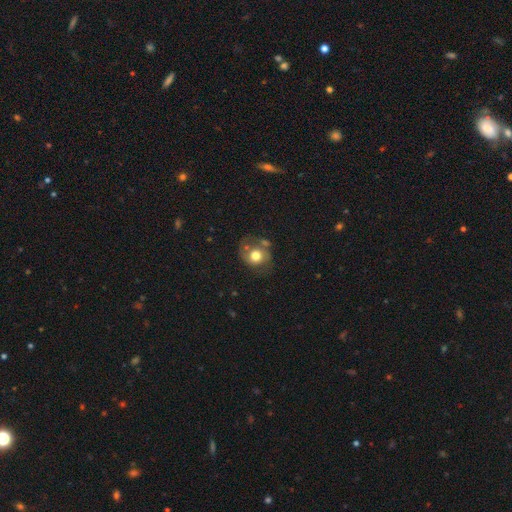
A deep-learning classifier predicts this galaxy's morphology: A smooth galaxy with no disk features (63%) that is round (70%). Merging: none (51%).